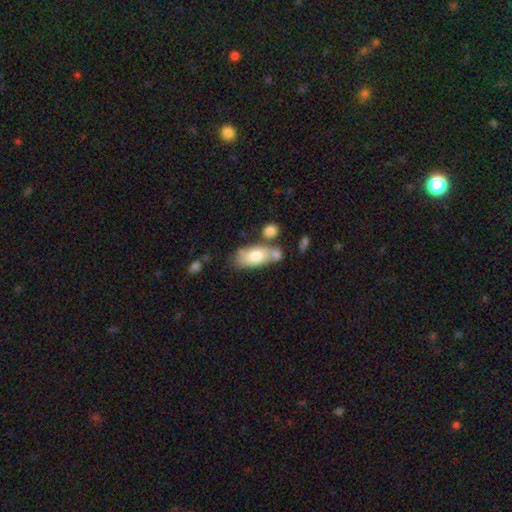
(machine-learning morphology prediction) Overall: smooth (75%). How rounded: in between (89%). Merging: none (52%; merger 25%).